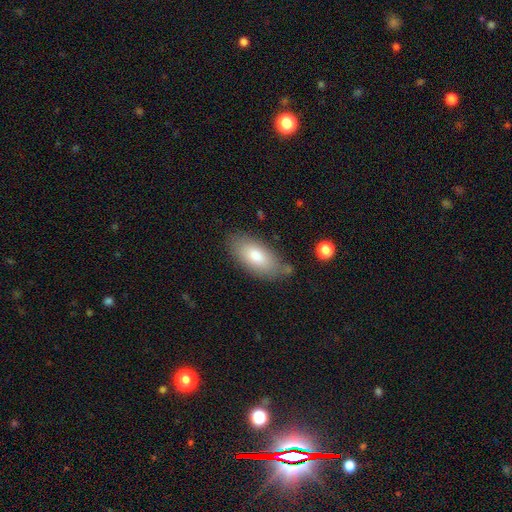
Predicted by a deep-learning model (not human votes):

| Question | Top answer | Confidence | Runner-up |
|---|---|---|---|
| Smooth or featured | smooth | 79% | featured or disk (15%) |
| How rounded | in between | 90% | cigar-shaped (8%) |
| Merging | none | 75% | minor disturbance (17%) |